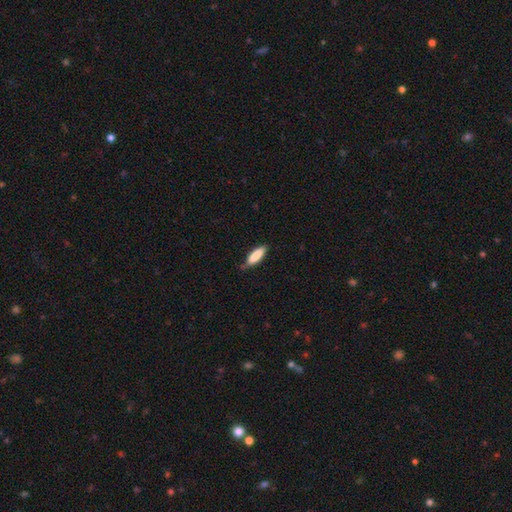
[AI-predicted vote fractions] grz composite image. It shows a smooth galaxy with no disk features (85%) that is in between round and cigar-shaped (54%). Merging: none (69%).